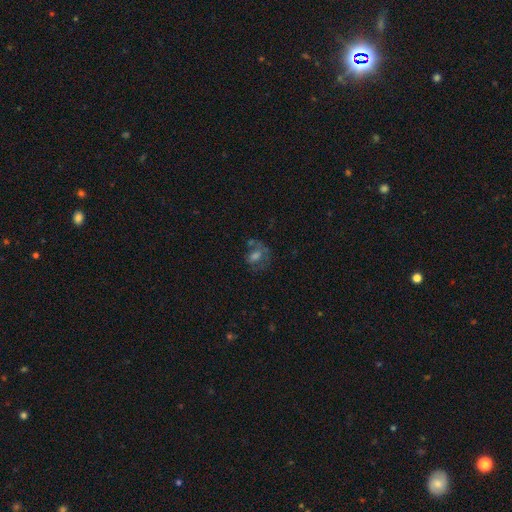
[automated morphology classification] Q: Smooth or featured?
A: smooth (41%); runner-up: featured or disk (40%)
Q: Merging?
A: none (47%); runner-up: major disturbance (24%)